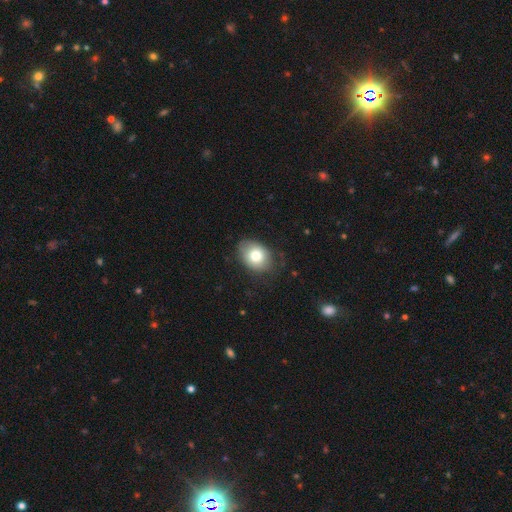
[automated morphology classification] Smooth or featured? Predicted: smooth (p=0.77). How rounded? Predicted: in between (p=0.66). Merging? Predicted: none (p=0.74).